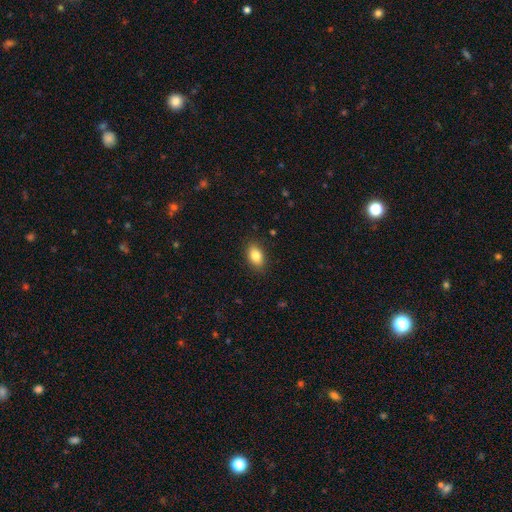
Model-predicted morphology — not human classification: A smooth galaxy with no disk features (85%) that is in between round and cigar-shaped (87%).

Vote fractions:
- Smooth or featured? smooth: 85% / star or artifact: 8% / featured or disk: 7%
- How rounded? in between: 87% / round: 11% / cigar-shaped: 2%
- Merging? none: 87% / minor disturbance: 10% / major disturbance: 2% / merger: 1%